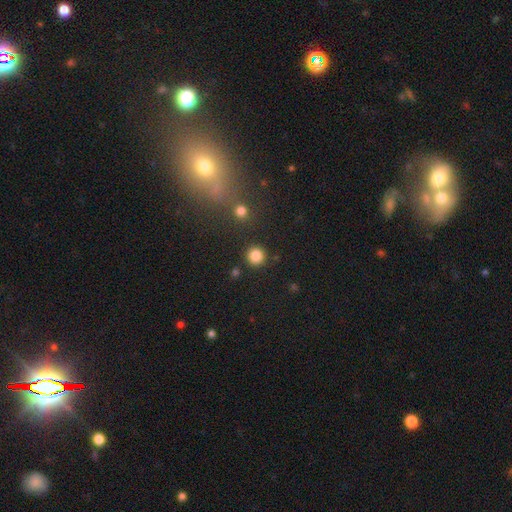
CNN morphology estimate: Overall: smooth (84%). How rounded: round (94%). Merging: none (89%).